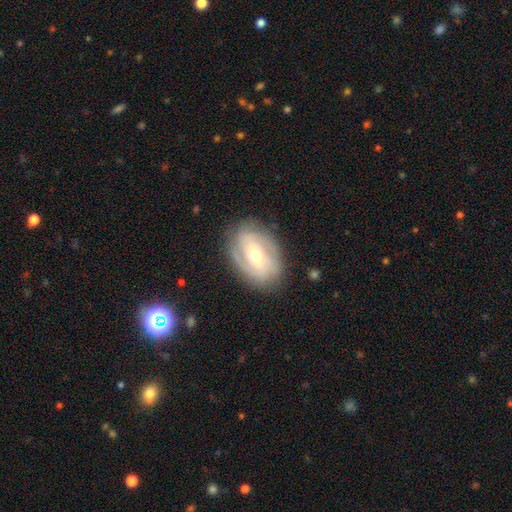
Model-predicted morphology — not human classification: smooth-or-featured: featured or disk: 75% | smooth: 19% | star or artifact: 6%
  disk-edge-on: no: 95% | yes: 5%
    bar: weak: 43% | no: 35% | strong: 22%
    has-spiral-arms: yes: 86% | no: 14%
      spiral-winding: tight: 58% | medium: 32% | loose: 11%
      spiral-arm-count: 2: 42% | can't tell: 30% | 3: 17% | 4: 5% | 1: 4% | more than 4: 3%
    bulge-size: moderate: 57% | small: 38% | large: 3% | none: 1% | dominant: 1%
  merging: none: 80% | minor disturbance: 14% | major disturbance: 4% | merger: 1%